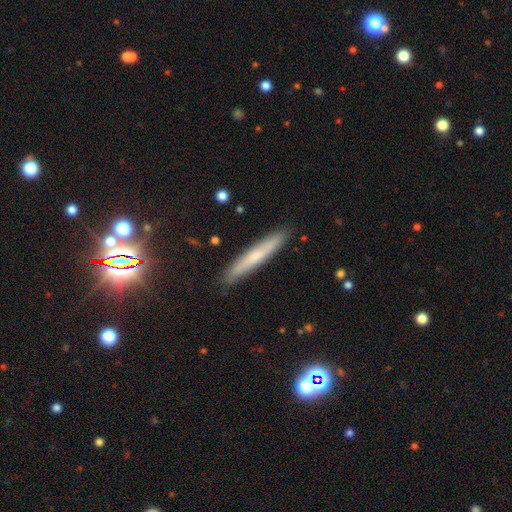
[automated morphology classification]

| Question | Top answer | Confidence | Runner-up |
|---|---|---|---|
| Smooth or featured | smooth | 56% | featured or disk (36%) |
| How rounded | cigar-shaped | 94% | in between (4%) |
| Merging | none | 89% | minor disturbance (8%) |